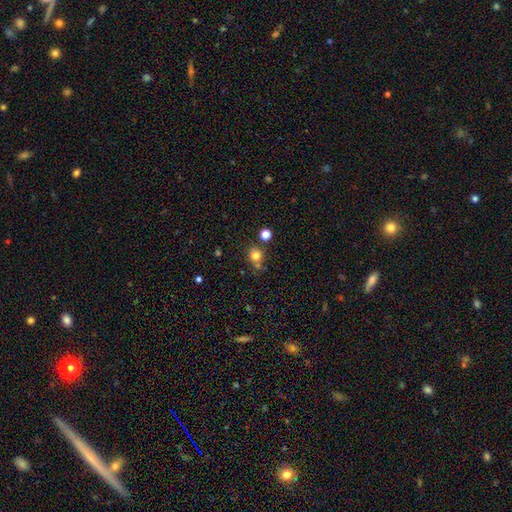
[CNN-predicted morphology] smooth_or_featured: smooth (p=0.78) [alt: star or artifact p=0.14]
how_rounded: round (p=0.83) [alt: in between p=0.16]
merging: none (p=0.69) [alt: merger p=0.14]